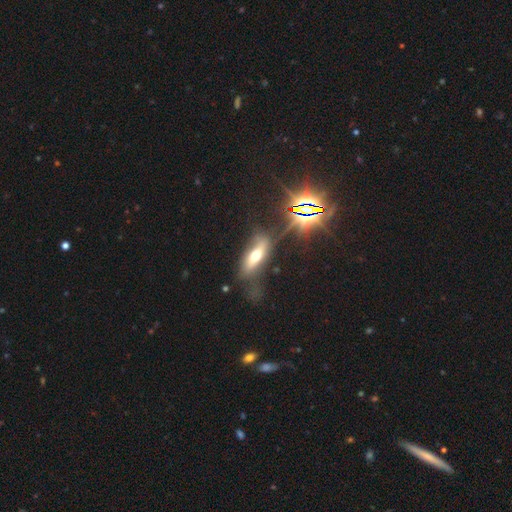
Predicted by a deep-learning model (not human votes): The model was most divided on "smooth or featured": smooth: 49%, featured or disk: 37%, star or artifact: 14%. More confident: merging — none (55%).